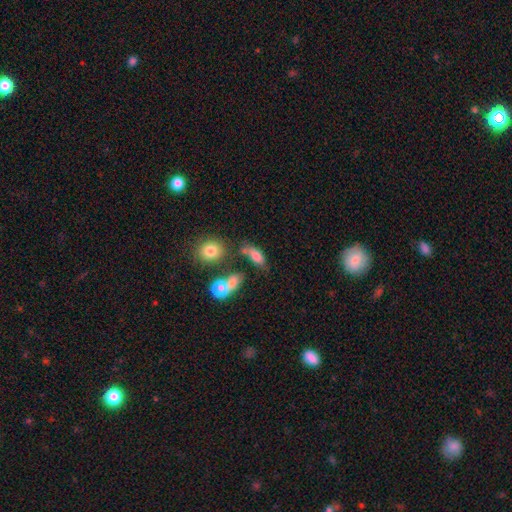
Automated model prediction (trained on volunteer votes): The model was most divided on "merging": none: 46%, merger: 23%, minor disturbance: 20%, major disturbance: 11%. More confident: smooth or featured — smooth (77%); how rounded — in between (77%).